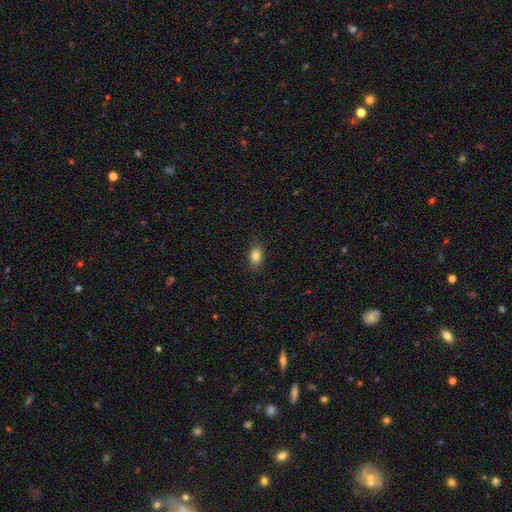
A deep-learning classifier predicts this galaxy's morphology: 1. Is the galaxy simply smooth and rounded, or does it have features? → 83% smooth, 9% star or artifact, 8% featured or disk.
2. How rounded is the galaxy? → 84% in between, 12% round, 5% cigar-shaped.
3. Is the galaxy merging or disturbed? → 86% none, 11% minor disturbance, 2% major disturbance, 1% merger.